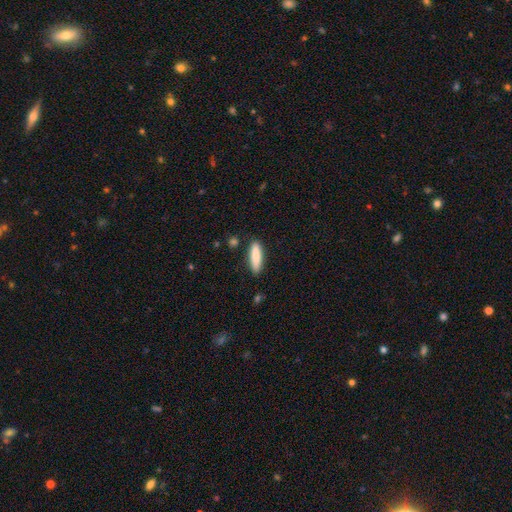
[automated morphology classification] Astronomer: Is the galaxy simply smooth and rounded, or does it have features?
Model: smooth — 85%.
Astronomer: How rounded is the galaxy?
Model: cigar-shaped — 67%.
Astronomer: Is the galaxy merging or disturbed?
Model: none — 86%.